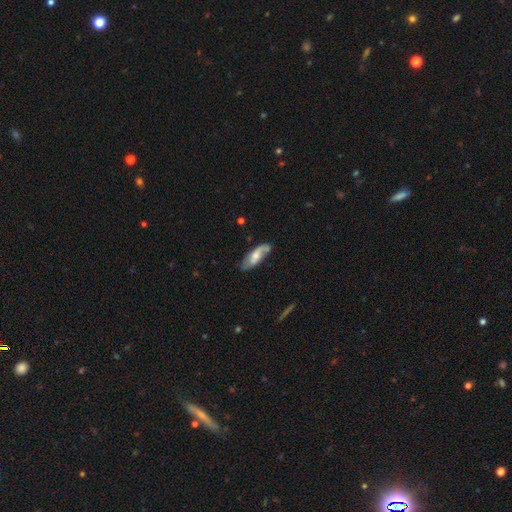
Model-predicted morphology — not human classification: Smooth or featured? featured or disk (54%)
Edge-on disk? no (83%)
Merging? none (64%)